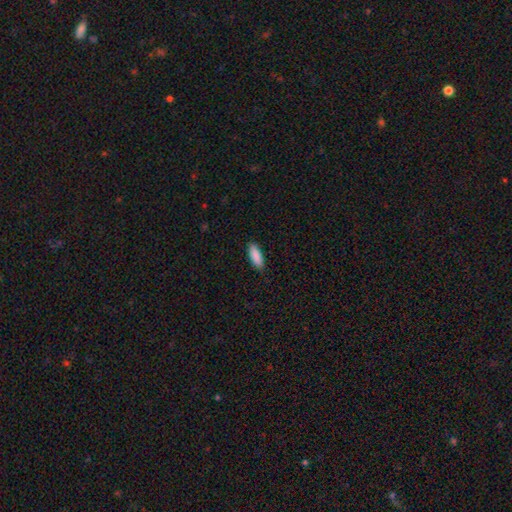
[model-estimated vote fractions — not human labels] This is clearly a smooth galaxy (90%). How rounded: likely in between (70%). Merging: clearly none (88%).